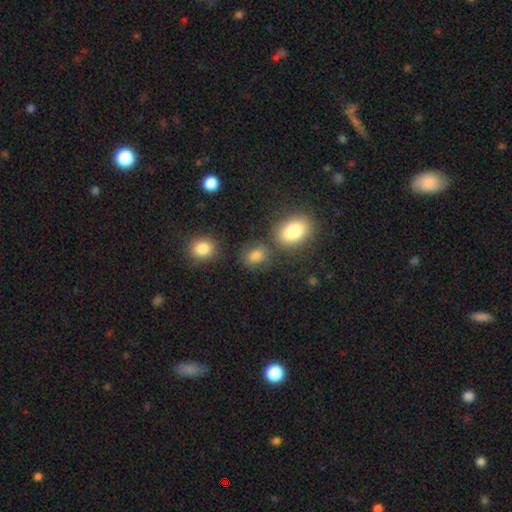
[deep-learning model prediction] Q: Smooth or featured?
A: smooth (80%); runner-up: star or artifact (12%)
Q: How rounded?
A: round (50%); runner-up: in between (48%)
Q: Merging?
A: none (68%); runner-up: minor disturbance (14%)